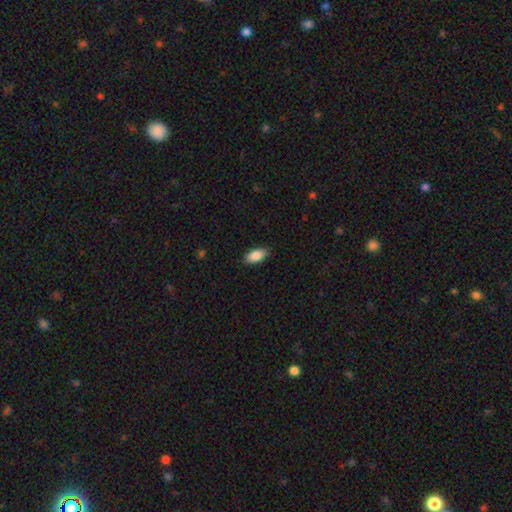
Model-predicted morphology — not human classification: The model was most divided on "merging": none: 87%, minor disturbance: 10%, major disturbance: 2%, merger: 1%. More confident: how rounded — in between (91%); smooth or featured — smooth (88%).